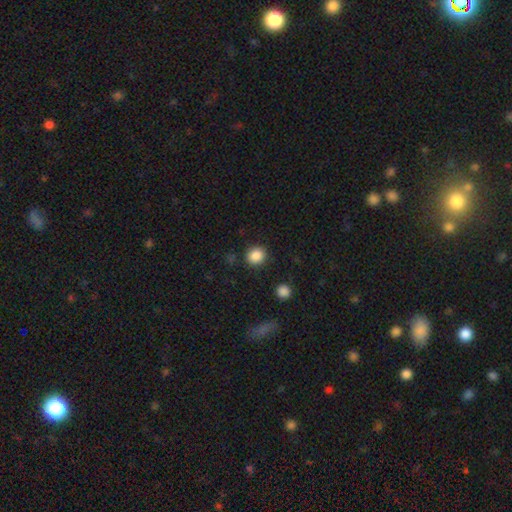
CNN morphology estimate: Smooth or featured: smooth — 87% (star or artifact — 10%)
How rounded: round — 84% (in between — 16%)
Merging: none — 88% (minor disturbance — 7%)